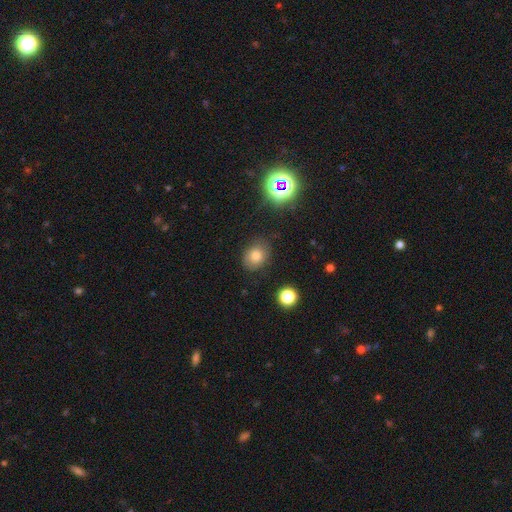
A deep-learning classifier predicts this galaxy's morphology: Overall: smooth (74%). How rounded: round (50%; in between 49%). Merging: none (77%).